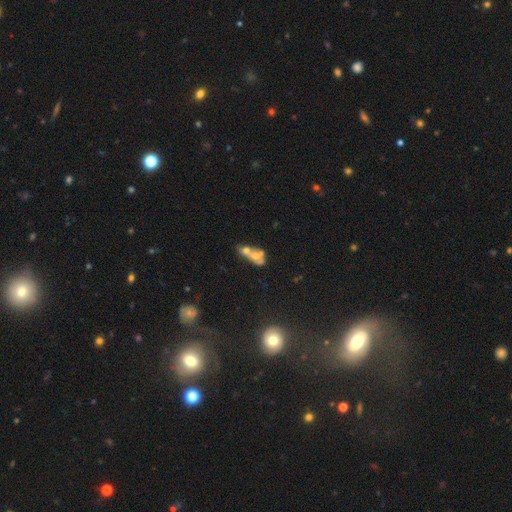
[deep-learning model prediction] Overall: featured or disk (45%; smooth 41%). Merging: merger (68%).